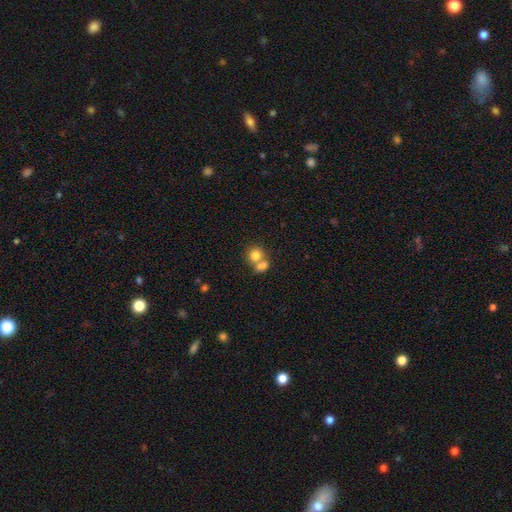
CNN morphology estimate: The model was most divided on "merging": merger: 52%, none: 37%, minor disturbance: 7%, major disturbance: 4%. More confident: smooth or featured — smooth (78%); how rounded — round (76%).